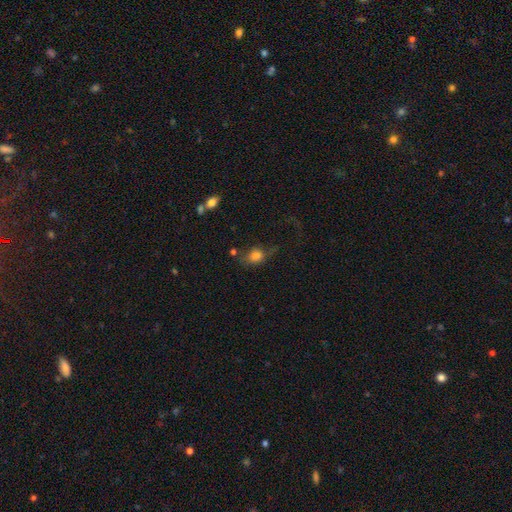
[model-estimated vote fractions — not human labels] Smooth or featured? Predicted: smooth (p=0.76). How rounded? Predicted: in between (p=0.52). Merging? Predicted: none (p=0.45).